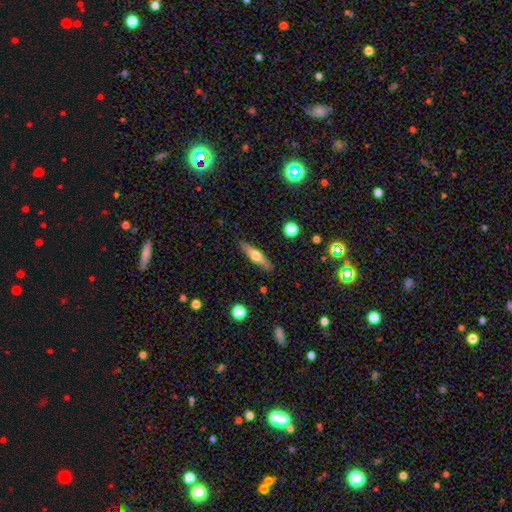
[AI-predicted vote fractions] Morphology: type=featured or disk (53%); edge-on=yes (93%); merging=none (88%).